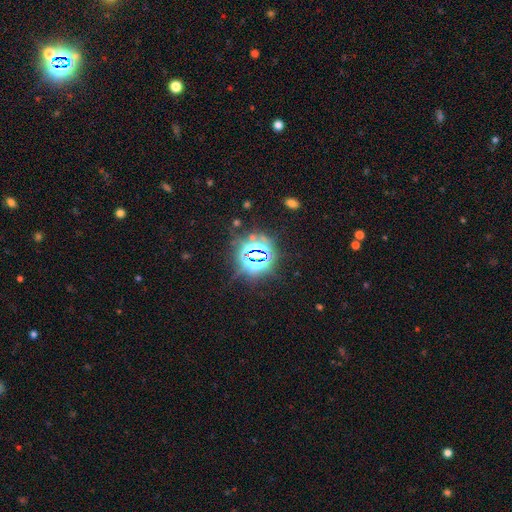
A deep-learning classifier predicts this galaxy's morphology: Smooth or featured?
  - star or artifact: 81% *
  - smooth: 11%
  - featured or disk: 8%